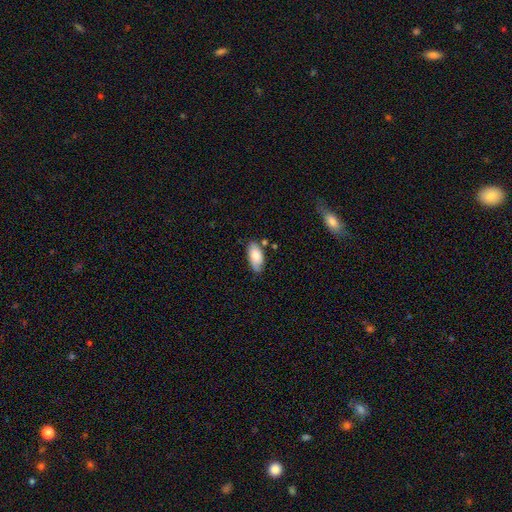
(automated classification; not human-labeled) Overall: smooth (79%). How rounded: in between (92%). Merging: none (66%).